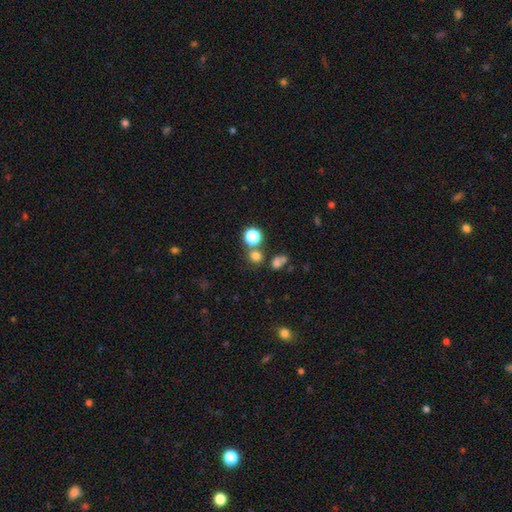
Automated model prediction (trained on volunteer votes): A smooth galaxy with no disk features (69%) that is round (83%).

Vote fractions:
- Smooth or featured? smooth: 69% / star or artifact: 23% / featured or disk: 7%
- How rounded? round: 83% / in between: 16% / cigar-shaped: 1%
- Merging? none: 65% / merger: 22% / minor disturbance: 9% / major disturbance: 5%